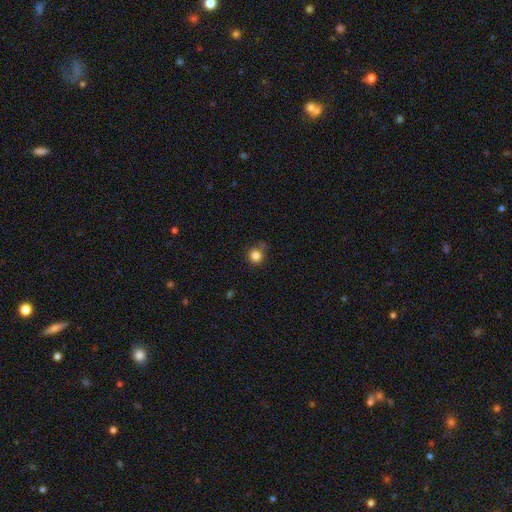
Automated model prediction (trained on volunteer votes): A smooth galaxy with no disk features (84%) that is round (89%). Merging: none (68%).